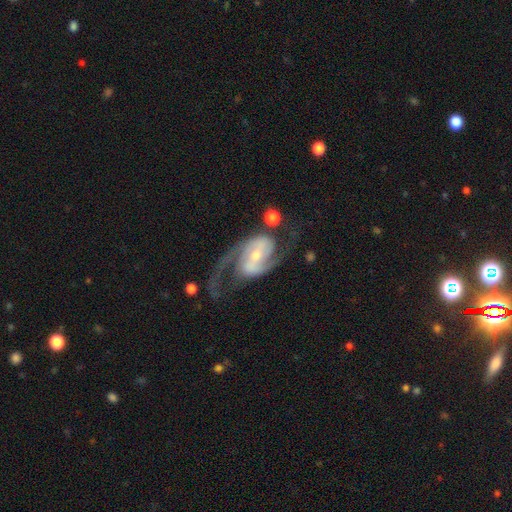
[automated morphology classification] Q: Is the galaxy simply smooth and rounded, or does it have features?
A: featured or disk — 90%.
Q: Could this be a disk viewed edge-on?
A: no — 97%.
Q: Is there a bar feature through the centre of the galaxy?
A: weak — 41%.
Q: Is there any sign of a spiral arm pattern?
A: yes — 97%.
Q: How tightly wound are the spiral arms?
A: medium — 52%.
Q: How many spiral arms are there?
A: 2 — 92%.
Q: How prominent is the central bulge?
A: small — 49%.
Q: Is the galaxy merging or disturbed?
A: none — 66%.